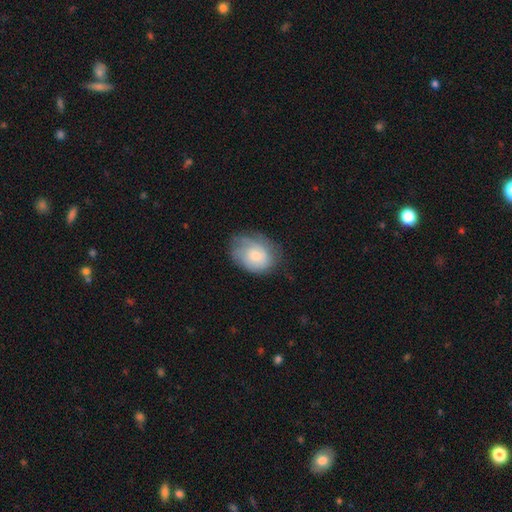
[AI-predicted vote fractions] The model was most divided on "merging": none: 56%, minor disturbance: 31%, major disturbance: 12%, merger: 1%. More confident: how rounded — in between (62%); smooth or featured — smooth (61%).